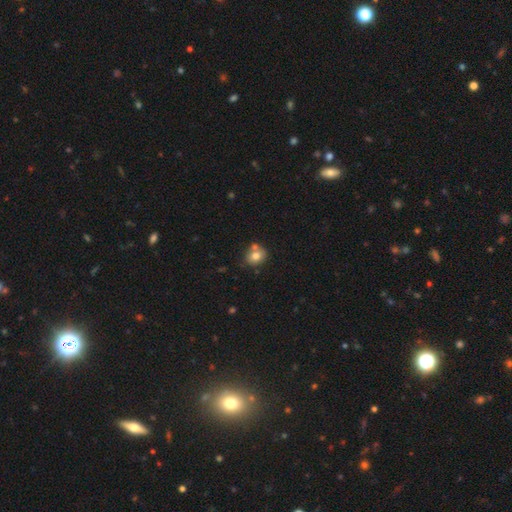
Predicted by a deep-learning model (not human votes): Smooth or featured: smooth — 76% (featured or disk — 14%)
How rounded: round — 67% (in between — 32%)
Merging: none — 57% (merger — 25%)